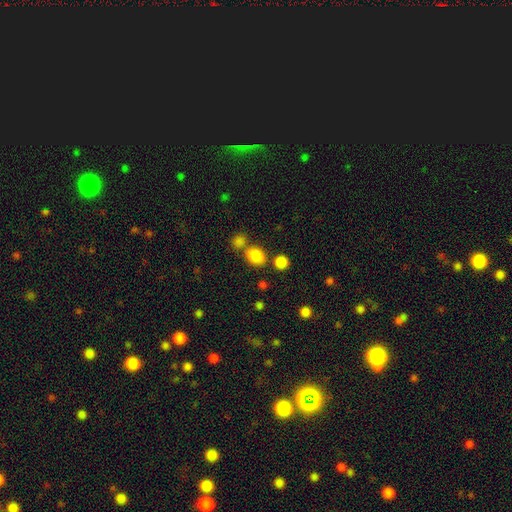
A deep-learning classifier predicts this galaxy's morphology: A smooth galaxy with no disk features (83%) that is round (56%). Merging: none (67%).